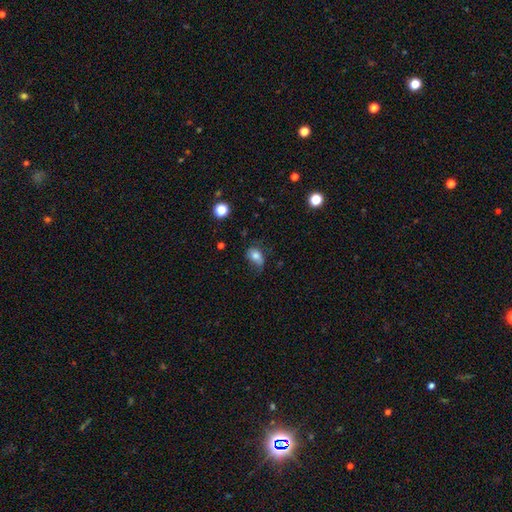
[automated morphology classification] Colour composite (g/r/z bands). It shows a smooth galaxy with no disk features (74%) that is in between round and cigar-shaped (75%). Merging: none (41%).